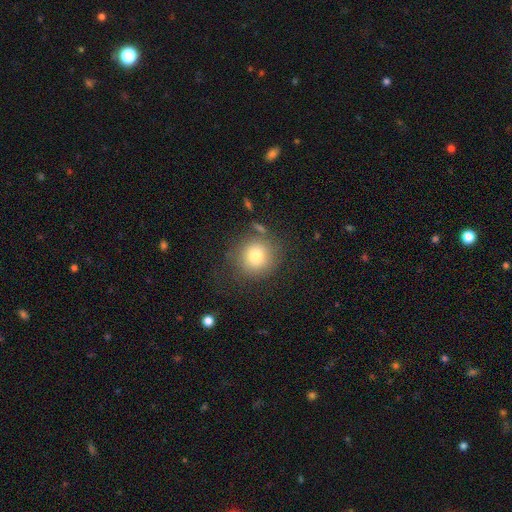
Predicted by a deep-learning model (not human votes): Smooth or featured? smooth (77%)
How rounded? round (91%)
Merging? none (78%)